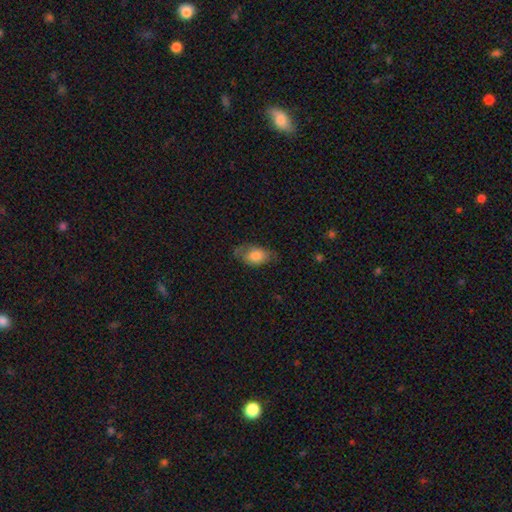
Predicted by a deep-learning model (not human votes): Smooth or featured? smooth (73%)
How rounded? in between (91%)
Merging? none (57%)